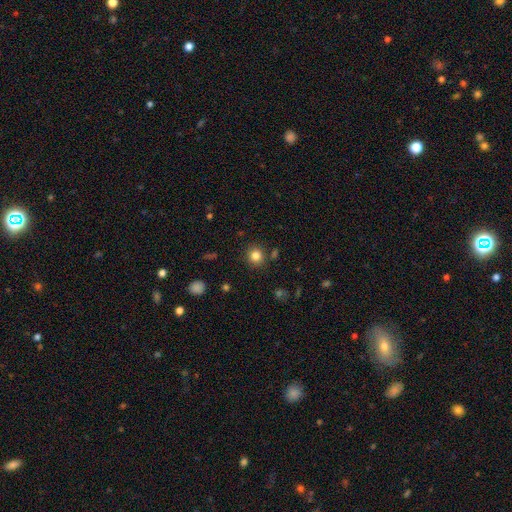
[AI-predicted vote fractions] Smooth or featured? Predicted: smooth (p=0.82). How rounded? Predicted: round (p=0.89). Merging? Predicted: none (p=0.87).